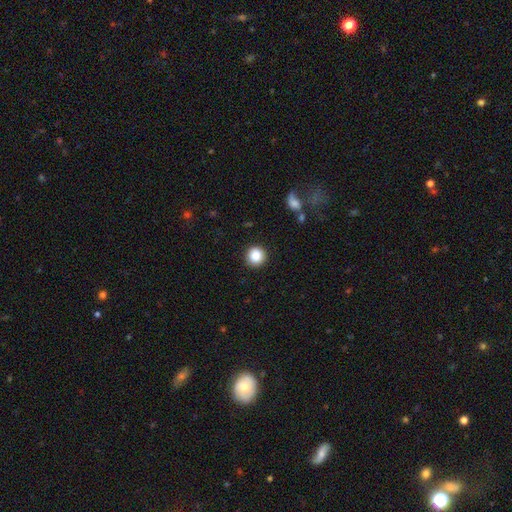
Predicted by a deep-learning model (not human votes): Smooth or featured: smooth — 87% (star or artifact — 10%)
How rounded: round — 94% (in between — 5%)
Merging: none — 91% (minor disturbance — 6%)